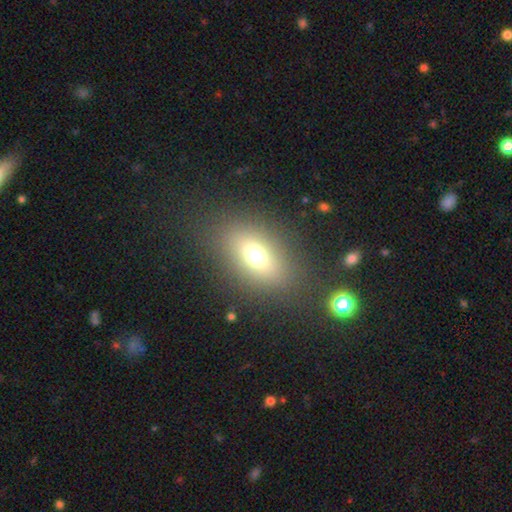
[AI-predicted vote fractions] smooth_or_featured: smooth (p=0.69) [alt: star or artifact p=0.16]
how_rounded: in between (p=0.76) [alt: round p=0.20]
merging: none (p=0.83) [alt: minor disturbance p=0.09]